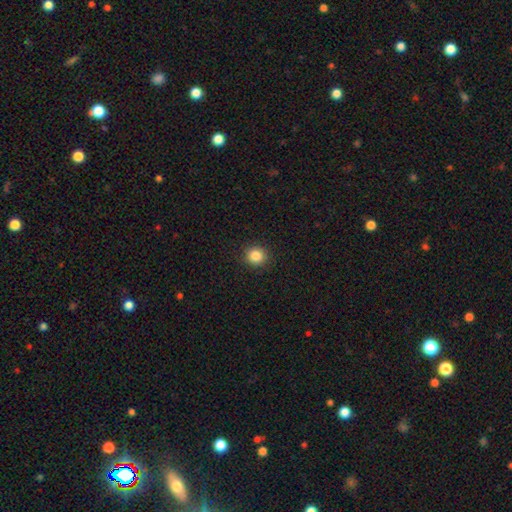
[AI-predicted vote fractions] Overall: smooth (85%). How rounded: round (90%). Merging: none (92%).